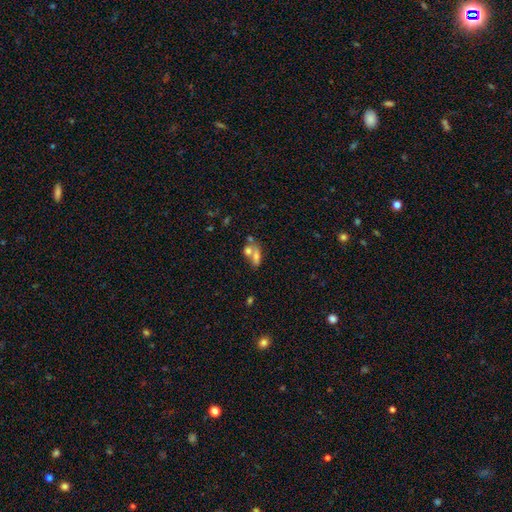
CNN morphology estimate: type=smooth (61%); roundness=in between (66%); merging=merger (53%).